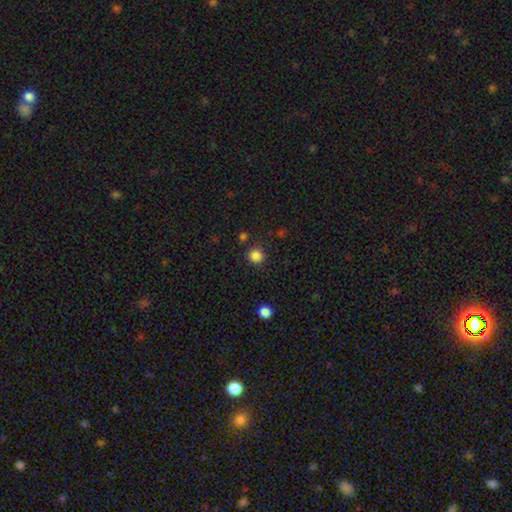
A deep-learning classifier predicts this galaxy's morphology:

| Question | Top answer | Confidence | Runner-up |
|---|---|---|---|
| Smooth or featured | smooth | 84% | star or artifact (12%) |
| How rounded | round | 95% | in between (4%) |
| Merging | none | 88% | minor disturbance (6%) |